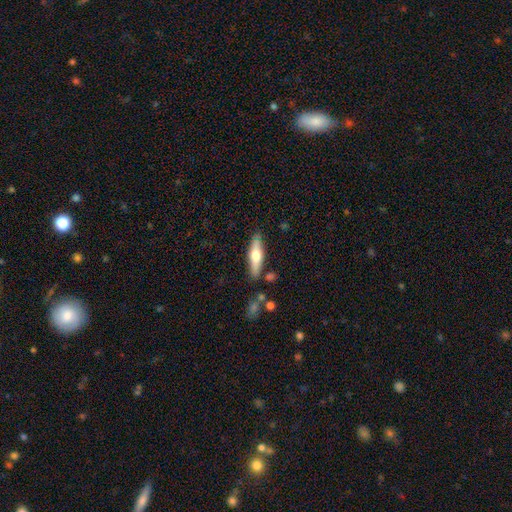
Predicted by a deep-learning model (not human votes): The model was most divided on "smooth or featured": smooth: 53%, featured or disk: 41%, star or artifact: 6%. More confident: merging — none (83%); how rounded — cigar-shaped (62%).